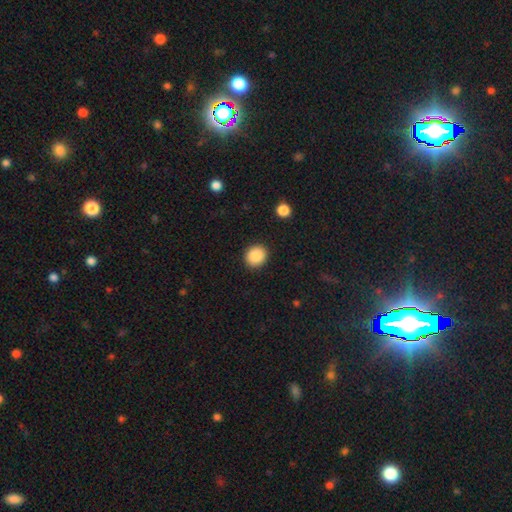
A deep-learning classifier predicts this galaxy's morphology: Overall: smooth (88%). How rounded: round (83%). Merging: none (91%).